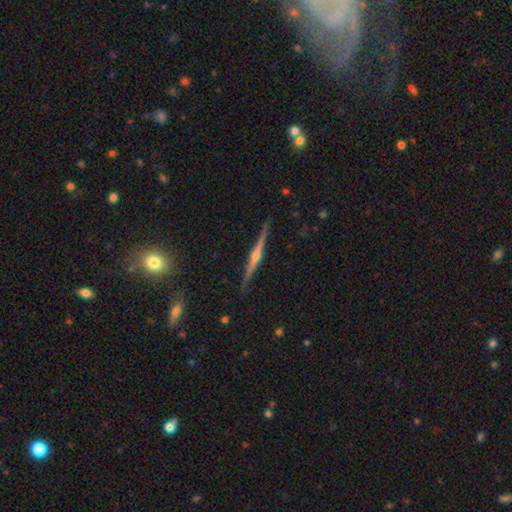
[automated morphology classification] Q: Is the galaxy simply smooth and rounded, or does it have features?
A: featured or disk — 85%.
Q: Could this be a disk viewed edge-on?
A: yes — 99%.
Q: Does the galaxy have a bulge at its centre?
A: rounded — 89%.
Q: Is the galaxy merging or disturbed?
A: none — 90%.